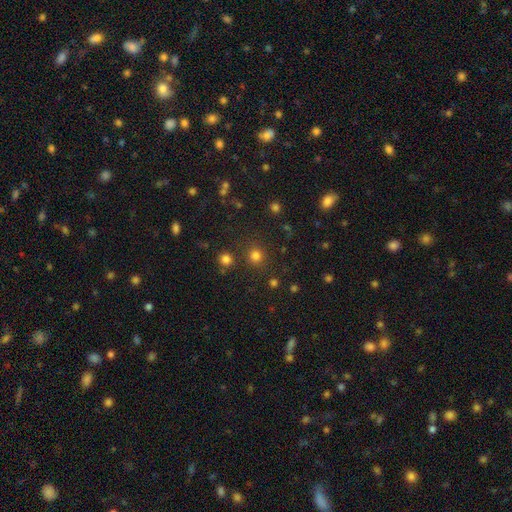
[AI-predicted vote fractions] Q: Smooth or featured?
A: smooth (78%); runner-up: star or artifact (17%)
Q: How rounded?
A: round (91%); runner-up: in between (8%)
Q: Merging?
A: none (84%); runner-up: minor disturbance (7%)